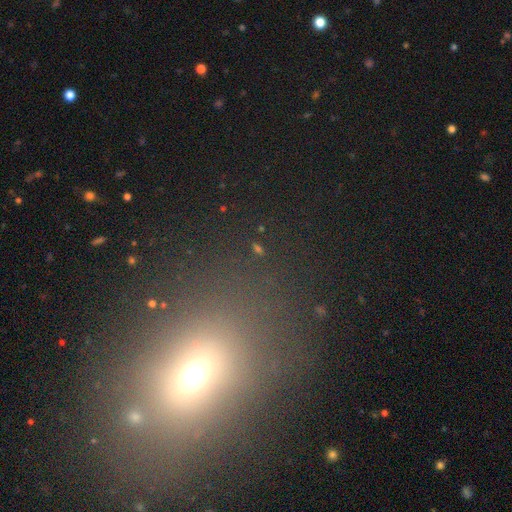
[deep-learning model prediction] smooth 45%, star or artifact 42%, featured or disk 13%. Down the decision tree: merging — none (78%).